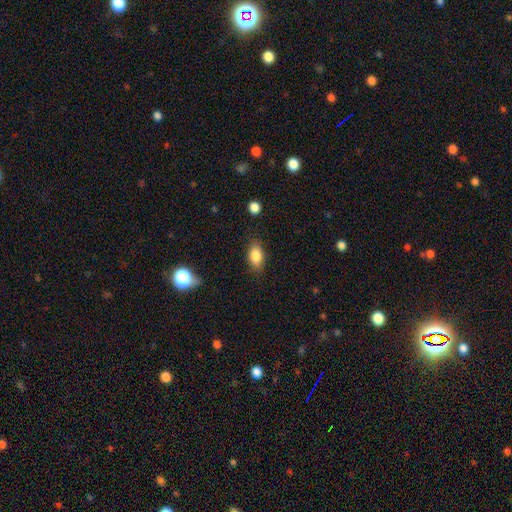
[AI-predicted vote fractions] Overall: smooth (84%). How rounded: in between (87%). Merging: none (81%).